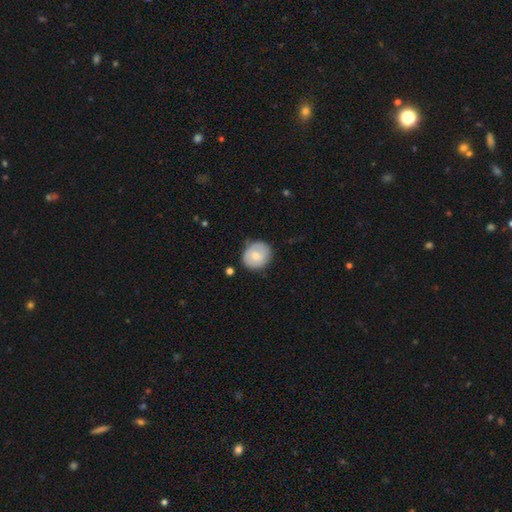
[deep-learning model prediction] Smooth or featured?
  - smooth: 66% *
  - featured or disk: 27%
  - star or artifact: 6%
How rounded?
  - round: 80% *
  - in between: 20%
  - cigar-shaped: 1%
Merging?
  - none: 78% *
  - minor disturbance: 17%
  - major disturbance: 3%
  - merger: 2%